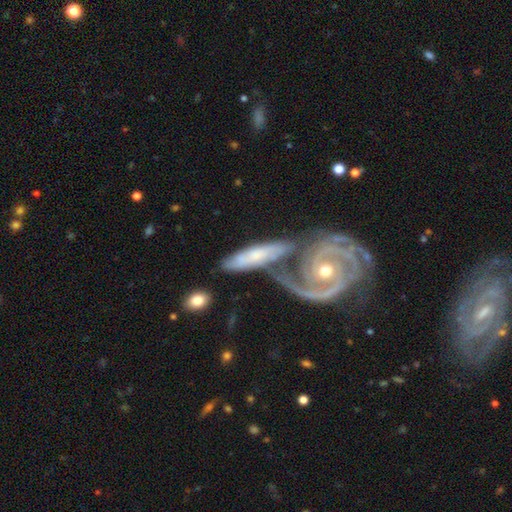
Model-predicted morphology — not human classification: Smooth or featured? featured or disk (67%)
Edge-on disk? no (81%)
Bar? no (61%)
Spiral arms? yes (91%)
Bulge size? moderate (47%)
Merging? merger (40%)